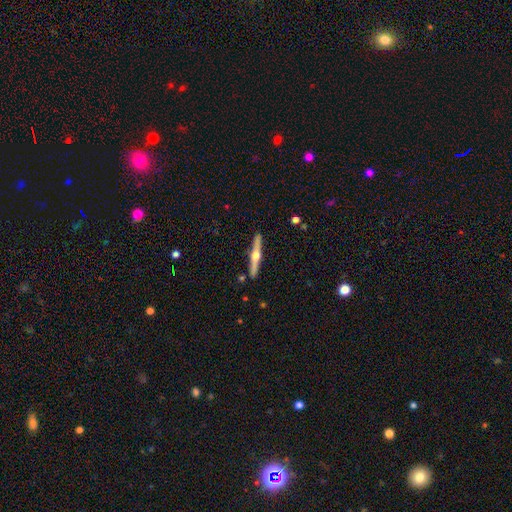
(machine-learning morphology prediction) featured or disk 74%, smooth 21%, star or artifact 5%. Down the decision tree: edge-on disk — yes (98%); edge-on bulge — rounded (95%); merging — none (91%).